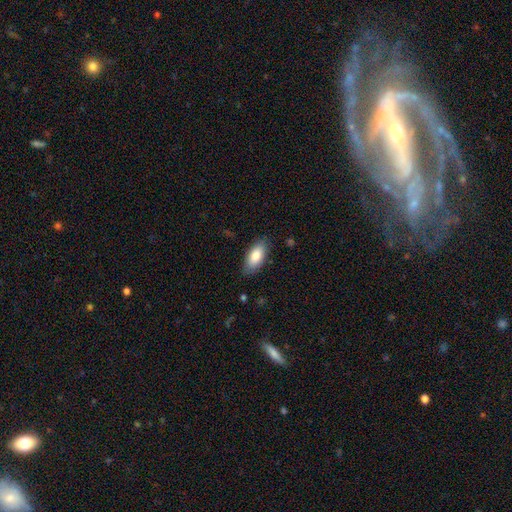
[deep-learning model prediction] This is clearly a smooth galaxy (84%). How rounded: clearly in between (89%). Merging: clearly none (82%).